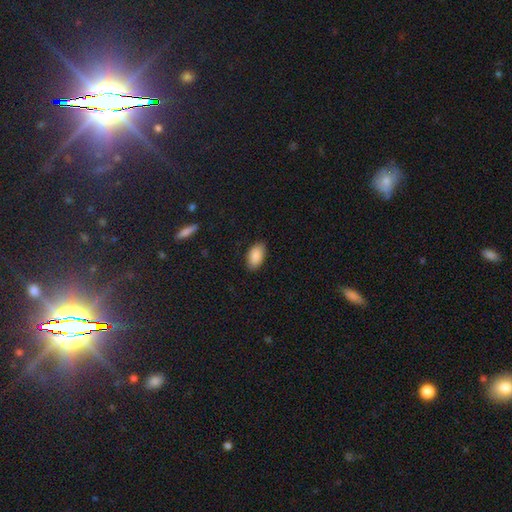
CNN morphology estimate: Smooth or featured?
  - smooth: 89% *
  - star or artifact: 7%
  - featured or disk: 4%
How rounded?
  - in between: 94% *
  - round: 4%
  - cigar-shaped: 2%
Merging?
  - none: 85% *
  - minor disturbance: 11%
  - major disturbance: 2%
  - merger: 1%